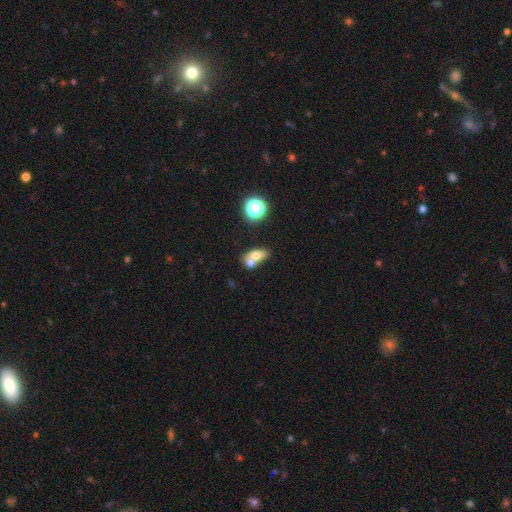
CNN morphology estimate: This appears to be a smooth galaxy with no disk features (68%) that is in between round and cigar-shaped (71%). Merging: merger (59%).